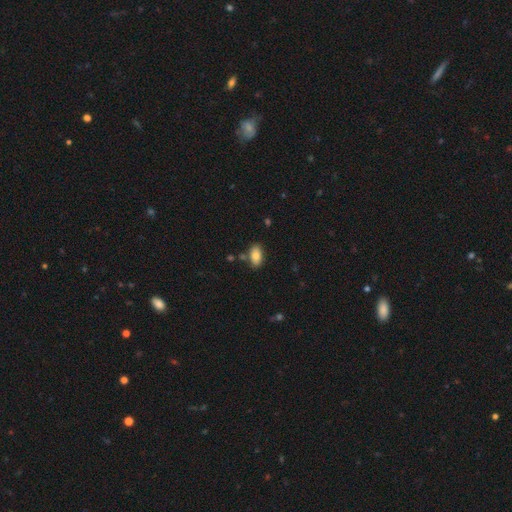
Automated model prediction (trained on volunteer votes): smooth_or_featured: smooth (p=0.82) [alt: featured or disk p=0.10]
how_rounded: in between (p=0.93) [alt: round p=0.05]
merging: none (p=0.79) [alt: minor disturbance p=0.12]